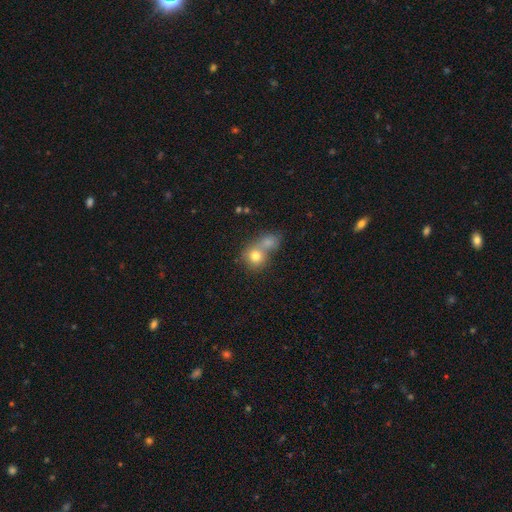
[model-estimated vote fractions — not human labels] The model was most divided on "merging": merger: 57%, none: 32%, minor disturbance: 7%, major disturbance: 4%. More confident: how rounded — round (79%); smooth or featured — smooth (77%).